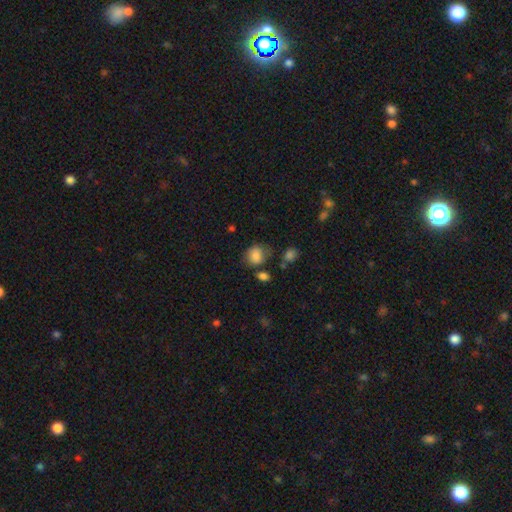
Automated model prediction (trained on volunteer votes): The model was most divided on "how rounded": round: 62%, in between: 37%, cigar-shaped: 1%. More confident: smooth or featured — smooth (82%); merging — none (62%).